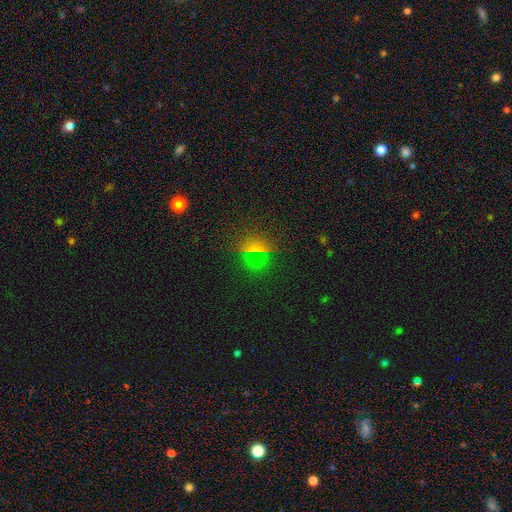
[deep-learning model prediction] Smooth or featured? smooth (52%)
How rounded? round (79%)
Merging? none (81%)